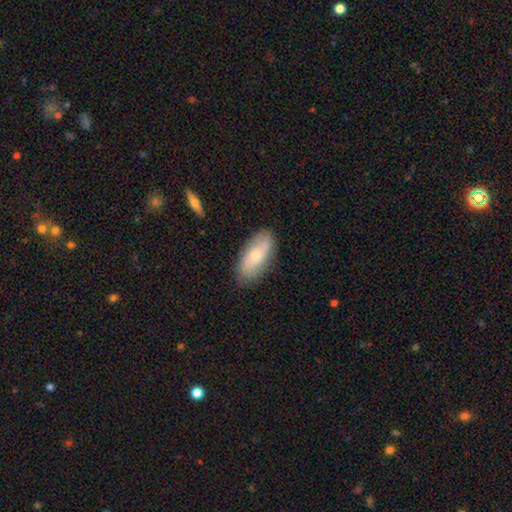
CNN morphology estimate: Smooth or featured? Predicted: smooth (p=0.61). How rounded? Predicted: in between (p=0.86). Merging? Predicted: none (p=0.82).